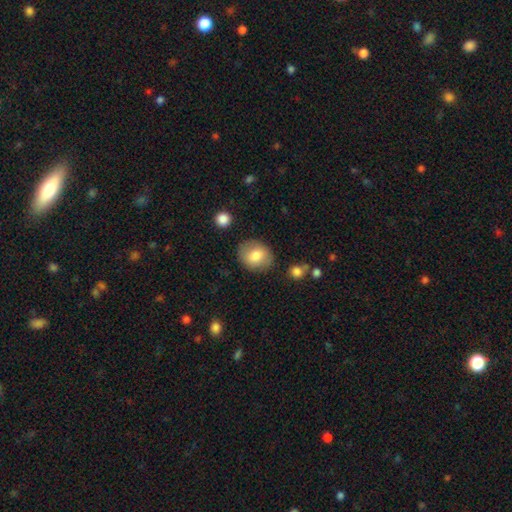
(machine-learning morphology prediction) Smooth or featured: smooth — 76% (featured or disk — 16%)
How rounded: round — 61% (in between — 38%)
Merging: none — 81% (minor disturbance — 13%)